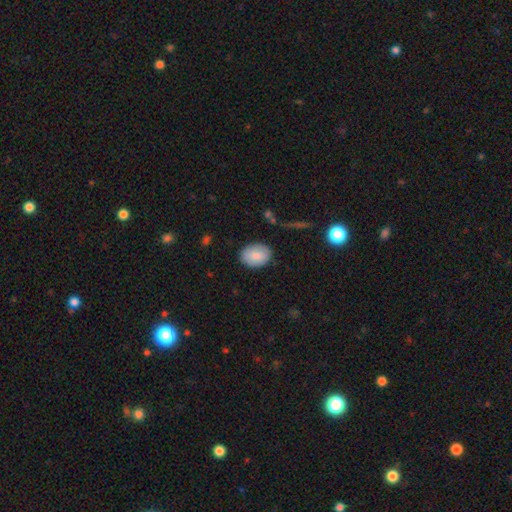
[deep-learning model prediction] A smooth galaxy with no disk features (84%) that is in between round and cigar-shaped (75%). Merging: none (84%).